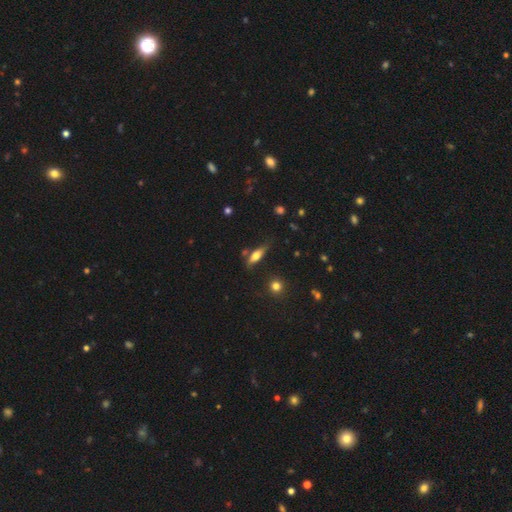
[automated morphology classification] Q: Smooth or featured?
A: smooth (60%); runner-up: featured or disk (32%)
Q: How rounded?
A: in between (50%); runner-up: cigar-shaped (47%)
Q: Merging?
A: none (66%); runner-up: minor disturbance (21%)